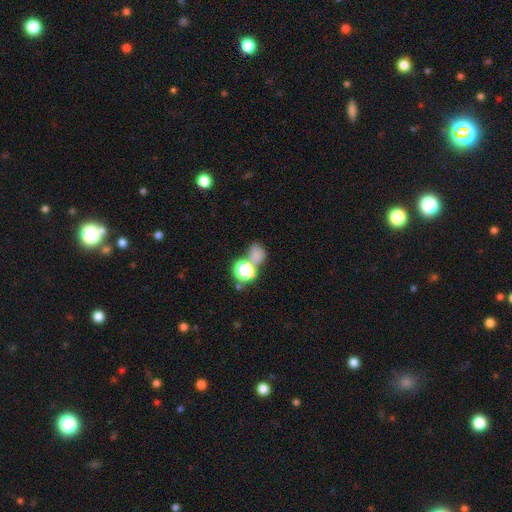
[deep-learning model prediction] This is likely a smooth galaxy (64%). How rounded: likely round (60%). Merging: marginally none (45%).